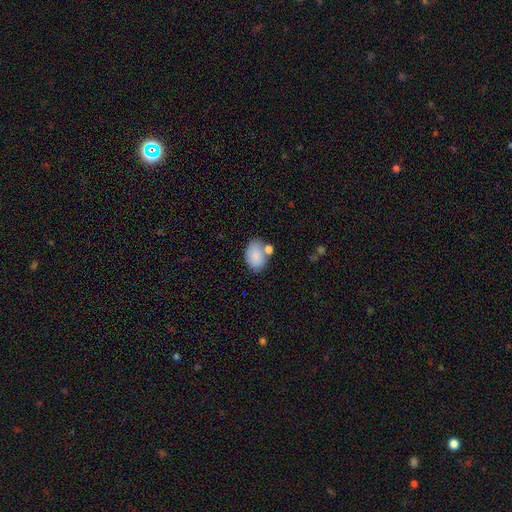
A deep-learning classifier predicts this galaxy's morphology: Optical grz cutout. It shows a smooth galaxy with no disk features (85%) that is in between round and cigar-shaped (86%). Merging: none (60%).